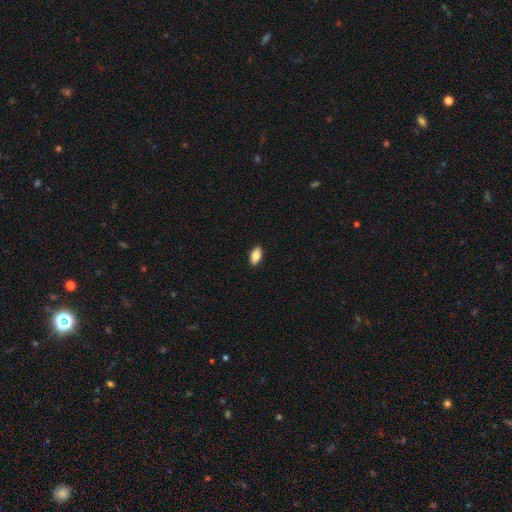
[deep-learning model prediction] The model was most divided on "smooth or featured": smooth: 84%, featured or disk: 9%, star or artifact: 7%. More confident: how rounded — in between (91%); merging — none (90%).